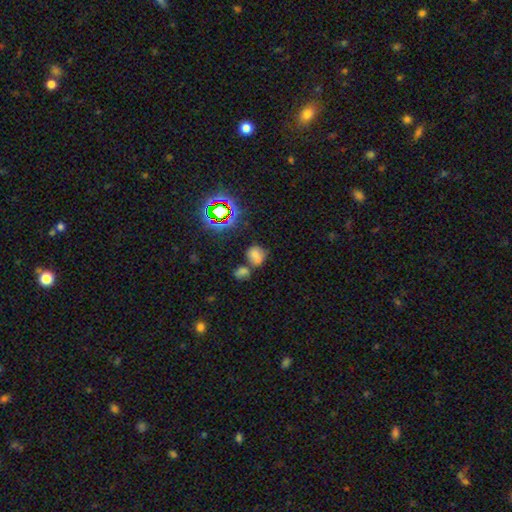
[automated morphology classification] Smooth or featured? smooth (64%)
How rounded? round (63%)
Merging? none (44%)